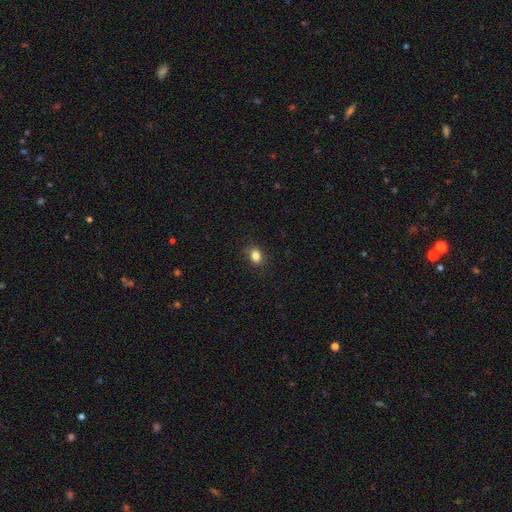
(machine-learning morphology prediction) Q: Smooth or featured?
A: smooth (83%); runner-up: star or artifact (11%)
Q: How rounded?
A: in between (62%); runner-up: round (36%)
Q: Merging?
A: none (82%); runner-up: minor disturbance (14%)